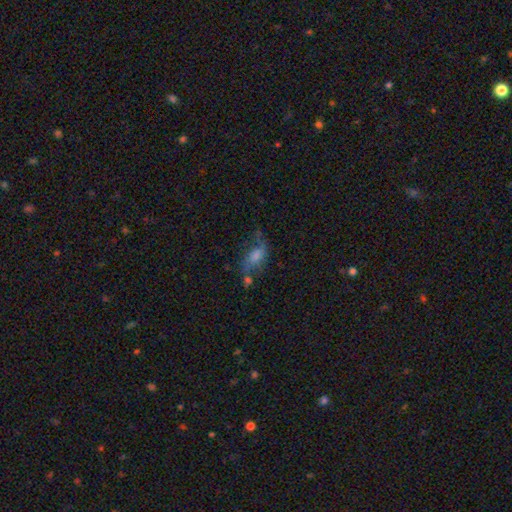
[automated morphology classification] This is possibly a featured or disk galaxy (49%). Merging: possibly none (48%).